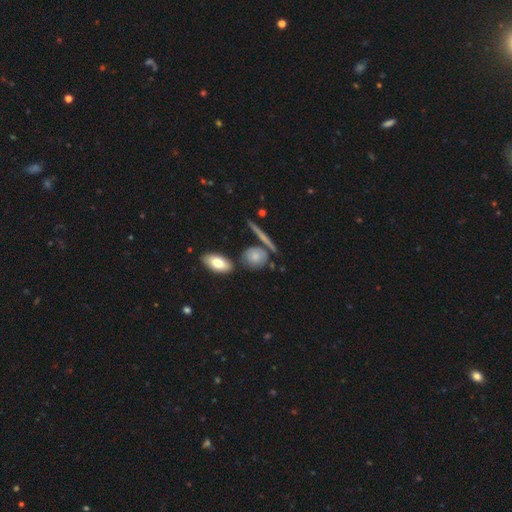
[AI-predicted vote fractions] Morphology: type=smooth (64%); roundness=round (57%); merging=none (66%).